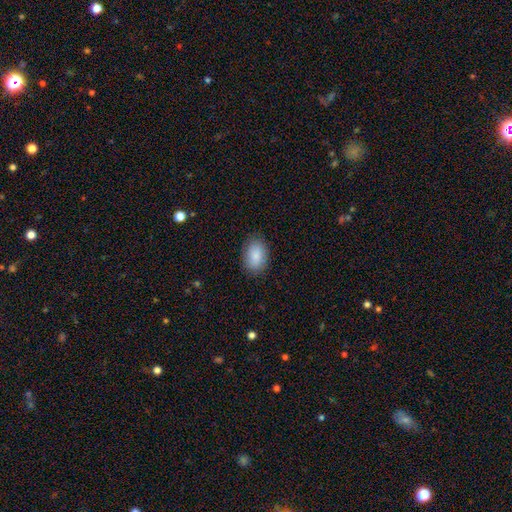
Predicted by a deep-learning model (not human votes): Overall: smooth (88%). How rounded: in between (85%). Merging: none (86%).